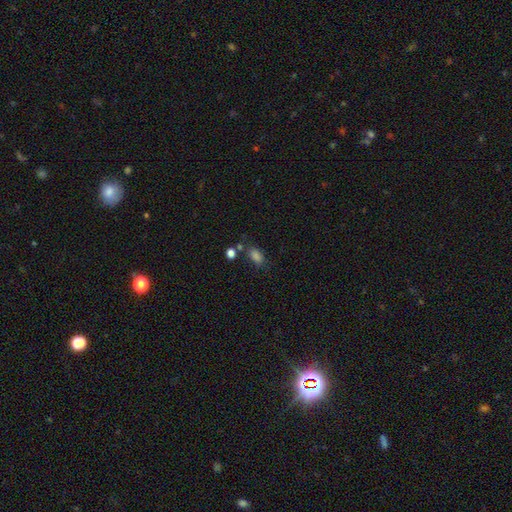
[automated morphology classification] type=smooth (74%); roundness=in between (83%); merging=none (68%).